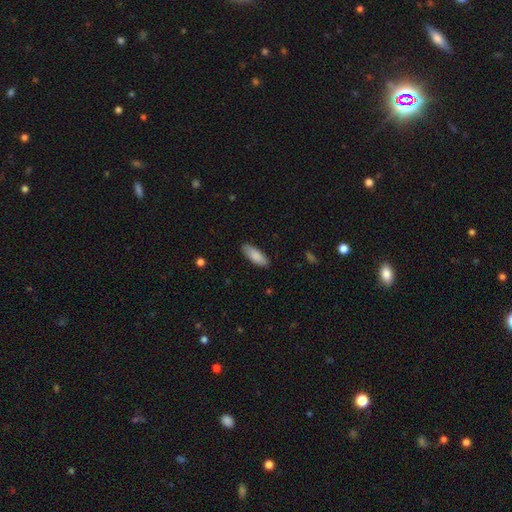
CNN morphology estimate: smooth-or-featured: smooth: 88% | featured or disk: 7% | star or artifact: 5%
  how-rounded: in between: 71% | cigar-shaped: 27% | round: 1%
  merging: none: 87% | minor disturbance: 10% | major disturbance: 2% | merger: 1%